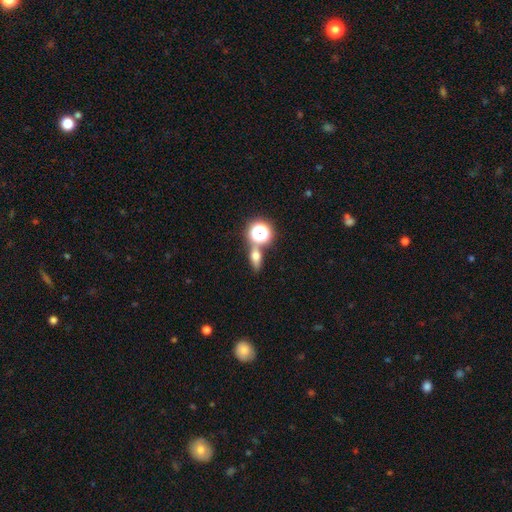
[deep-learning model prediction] A smooth galaxy with no disk features (58%) that is in between round and cigar-shaped (58%).

Vote fractions:
- Smooth or featured? smooth: 58% / star or artifact: 22% / featured or disk: 19%
- How rounded? in between: 58% / round: 27% / cigar-shaped: 14%
- Merging? none: 68% / merger: 18% / minor disturbance: 10% / major disturbance: 4%